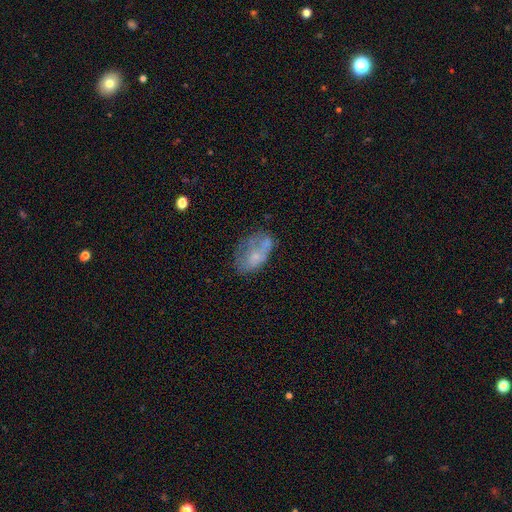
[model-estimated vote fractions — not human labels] A smooth galaxy with no disk features (48%). Merging: none (40%).